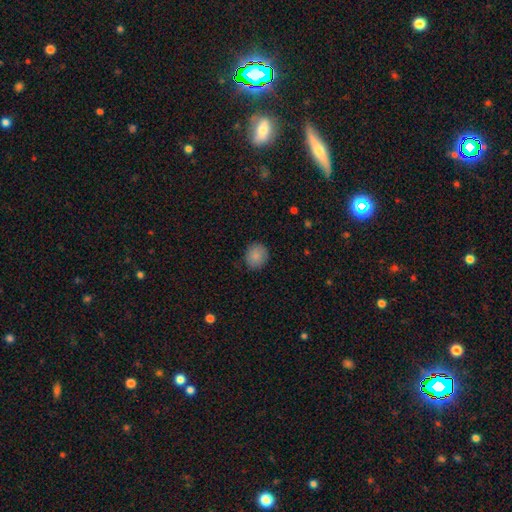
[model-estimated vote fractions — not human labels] Smooth or featured? Predicted: smooth (p=0.86). How rounded? Predicted: round (p=0.74). Merging? Predicted: none (p=0.86).